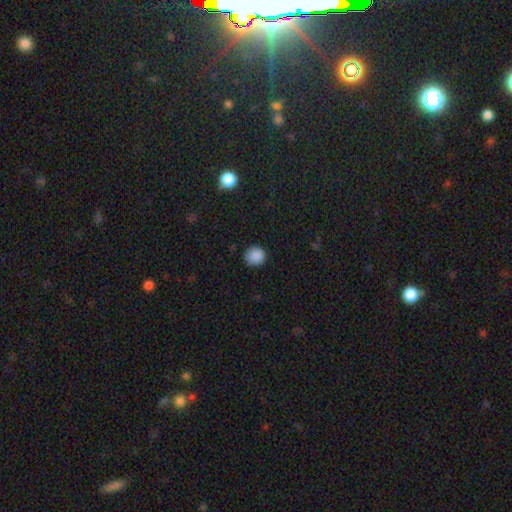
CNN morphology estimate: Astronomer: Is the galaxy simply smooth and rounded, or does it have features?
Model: smooth — 88%.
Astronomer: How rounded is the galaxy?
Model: round — 91%.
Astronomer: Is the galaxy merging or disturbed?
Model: none — 87%.